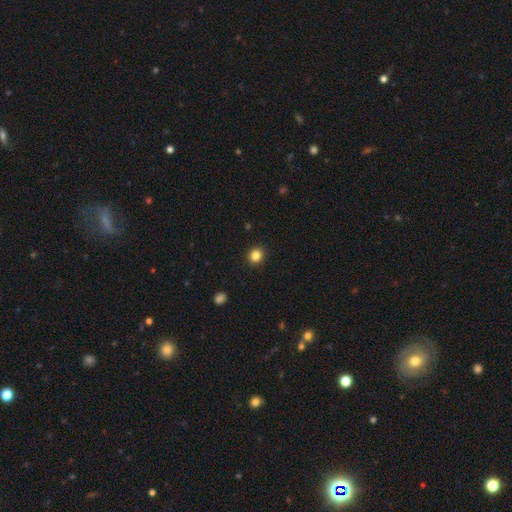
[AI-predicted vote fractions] This appears to be a smooth galaxy with no disk features (84%) that is round (81%). Merging: none (92%).